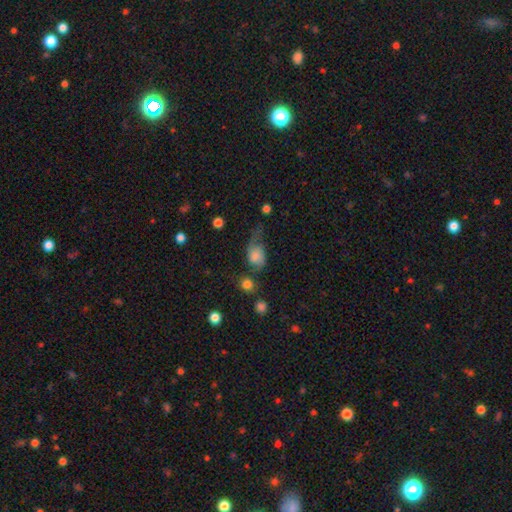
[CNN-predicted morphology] This is likely a smooth galaxy (69%). How rounded: likely in between (61%). Merging: marginally major disturbance (38%).